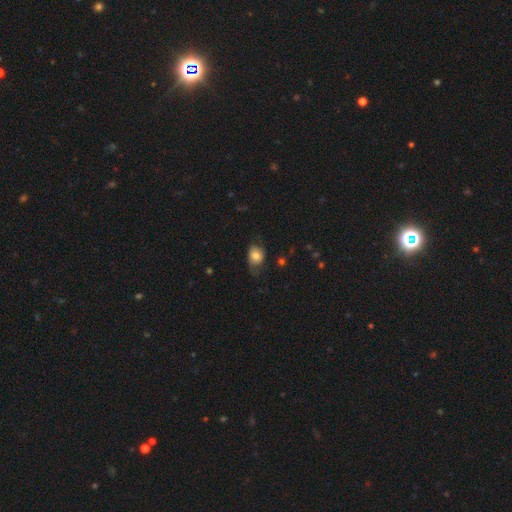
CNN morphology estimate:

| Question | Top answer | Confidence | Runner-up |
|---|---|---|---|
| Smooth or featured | smooth | 74% | featured or disk (17%) |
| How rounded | in between | 57% | round (42%) |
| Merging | none | 56% | minor disturbance (29%) |